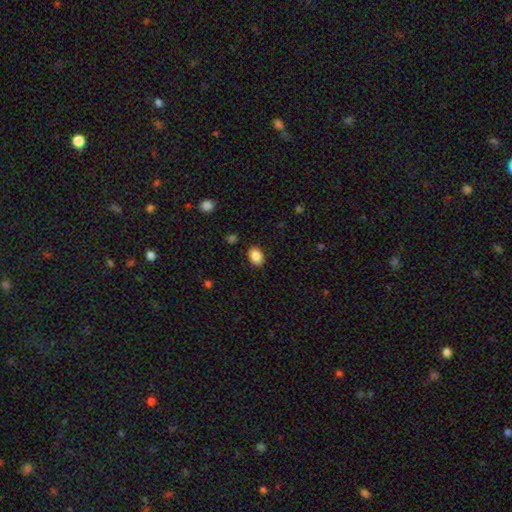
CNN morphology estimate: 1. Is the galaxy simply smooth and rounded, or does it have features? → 87% smooth, 8% star or artifact, 4% featured or disk.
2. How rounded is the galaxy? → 75% in between, 25% round, 1% cigar-shaped.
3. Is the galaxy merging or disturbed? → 87% none, 9% minor disturbance, 2% major disturbance, 1% merger.